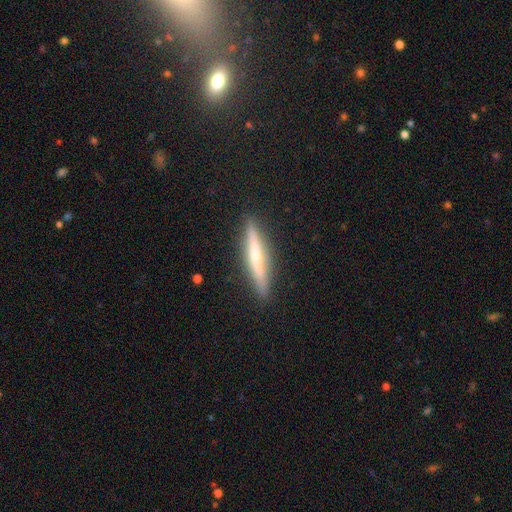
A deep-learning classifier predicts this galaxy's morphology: A featured or disk galaxy (51%) viewed edge-on (96%).

Vote fractions:
- Smooth or featured? featured or disk: 51% / smooth: 42% / star or artifact: 7%
- Edge-on disk? yes: 96% / no: 4%
- Merging? none: 90% / minor disturbance: 7% / major disturbance: 2% / merger: 1%